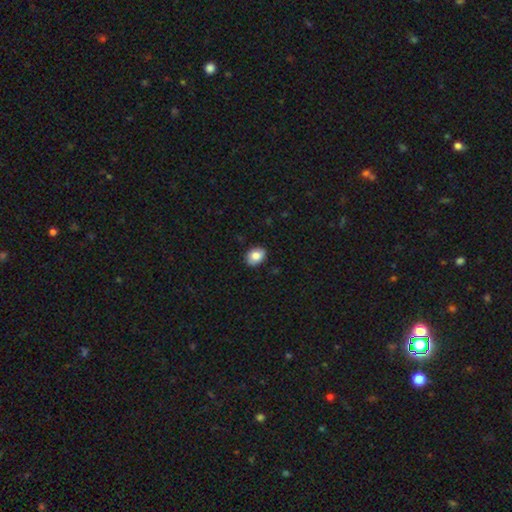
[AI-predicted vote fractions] A smooth galaxy with no disk features (83%) that is in between round and cigar-shaped (67%).

Vote fractions:
- Smooth or featured? smooth: 83% / featured or disk: 9% / star or artifact: 8%
- How rounded? in between: 67% / round: 32% / cigar-shaped: 1%
- Merging? none: 89% / minor disturbance: 9% / major disturbance: 2% / merger: 1%